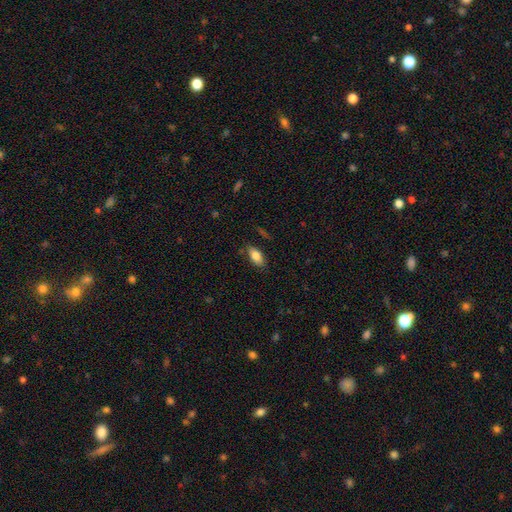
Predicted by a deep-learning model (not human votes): Smooth or featured? smooth (81%)
How rounded? in between (87%)
Merging? none (81%)